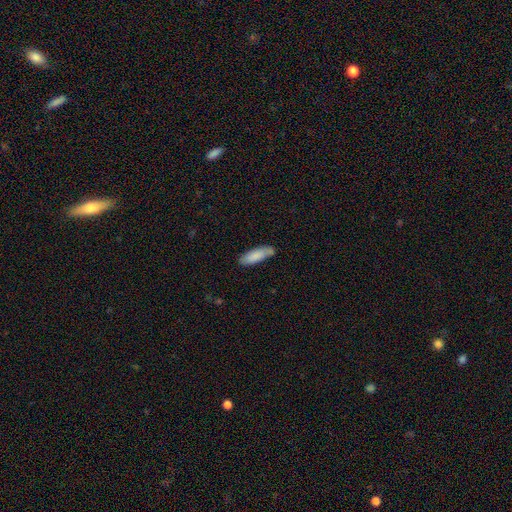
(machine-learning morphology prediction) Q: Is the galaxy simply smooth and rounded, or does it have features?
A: smooth — 84%.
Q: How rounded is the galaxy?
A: in between — 52%.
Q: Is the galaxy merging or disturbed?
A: none — 75%.